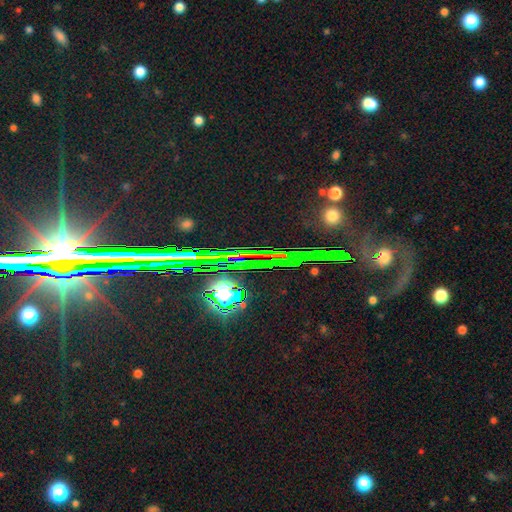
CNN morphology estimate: Smooth or featured: star or artifact — 78% (smooth — 13%)